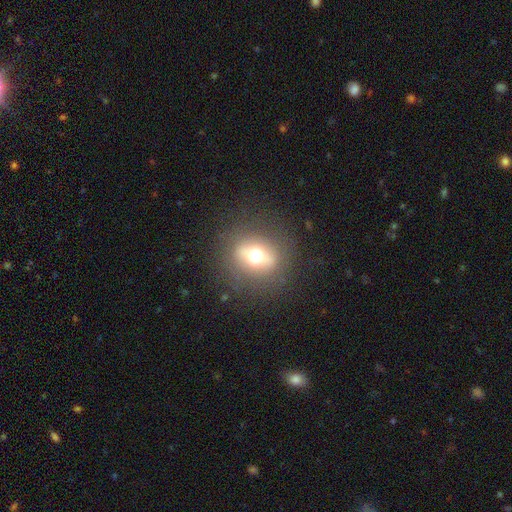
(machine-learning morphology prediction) A smooth galaxy with no disk features (51%) that is round (76%). Merging: none (83%).